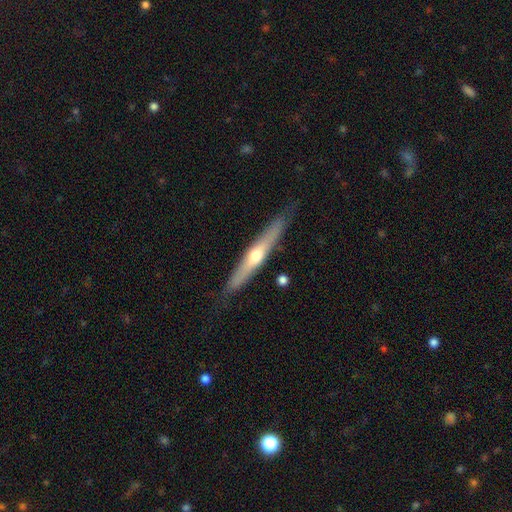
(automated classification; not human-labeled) smooth_or_featured: featured or disk (p=0.60) [alt: smooth p=0.34]
disk_edge_on: yes (p=0.94) [alt: no p=0.06]
edge_on_bulge: rounded (p=0.87) [alt: none p=0.10]
merging: none (p=0.84) [alt: minor disturbance p=0.12]